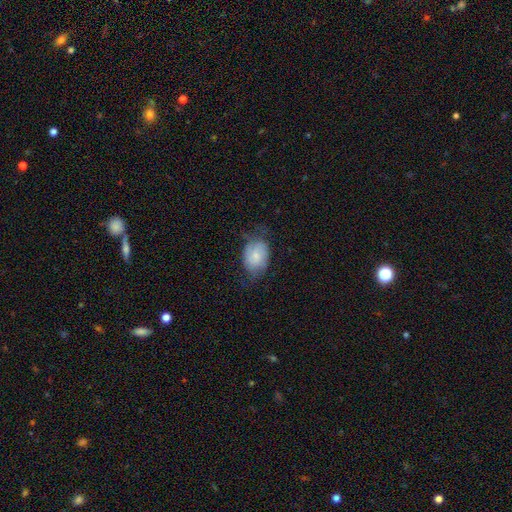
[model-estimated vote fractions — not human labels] A smooth galaxy with no disk features (58%) that is in between round and cigar-shaped (77%).

Vote fractions:
- Smooth or featured? smooth: 58% / featured or disk: 35% / star or artifact: 7%
- How rounded? in between: 77% / round: 22% / cigar-shaped: 1%
- Merging? none: 52% / minor disturbance: 32% / major disturbance: 14% / merger: 1%